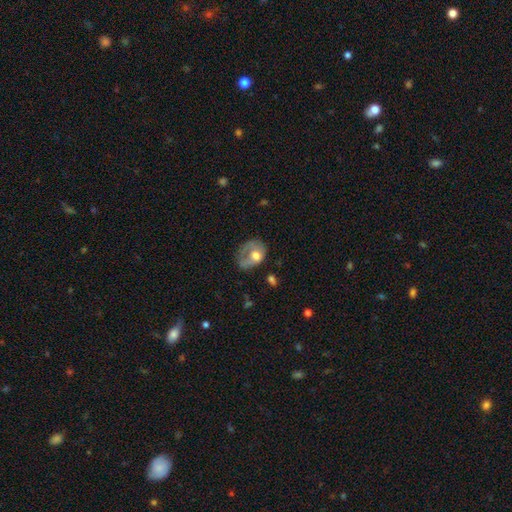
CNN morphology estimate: Smooth or featured? smooth (55%)
How rounded? in between (60%)
Merging? major disturbance (40%)